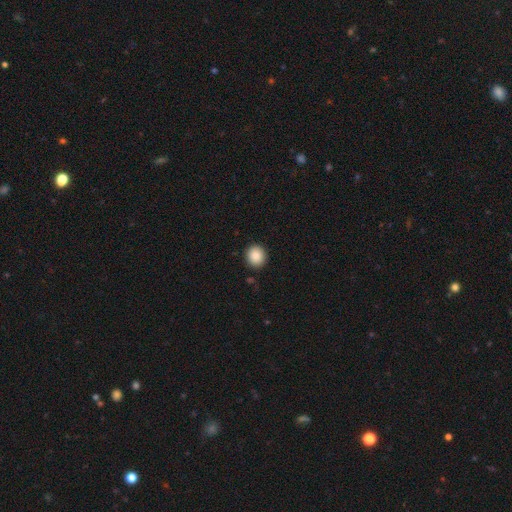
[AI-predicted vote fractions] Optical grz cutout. It shows a smooth galaxy with no disk features (88%) that is round (82%). Merging: none (90%).